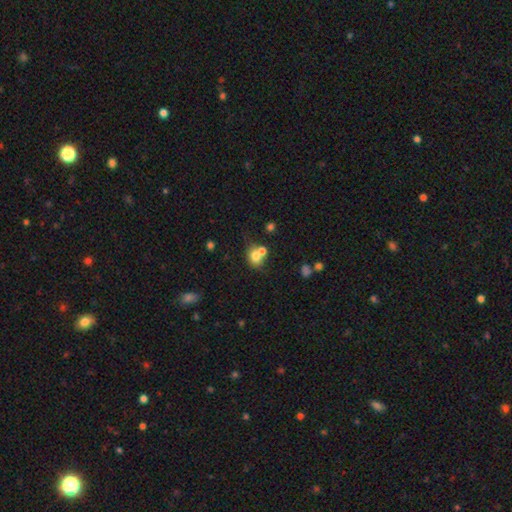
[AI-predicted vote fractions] Smooth or featured: smooth — 75% (featured or disk — 12%)
How rounded: round — 58% (in between — 41%)
Merging: merger — 42% (none — 41%)